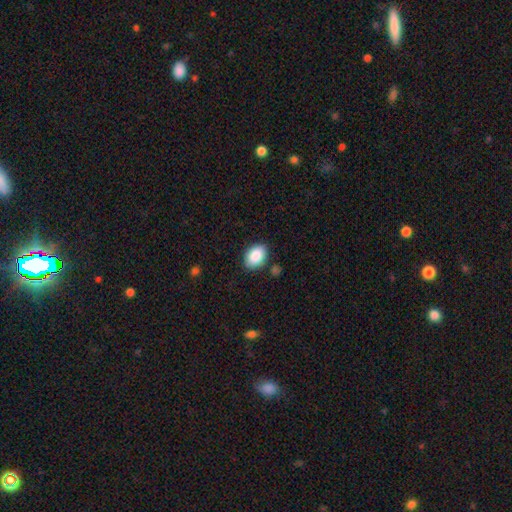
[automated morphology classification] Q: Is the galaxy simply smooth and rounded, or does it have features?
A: smooth — 89%.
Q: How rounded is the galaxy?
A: in between — 84%.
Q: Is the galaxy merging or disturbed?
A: none — 83%.